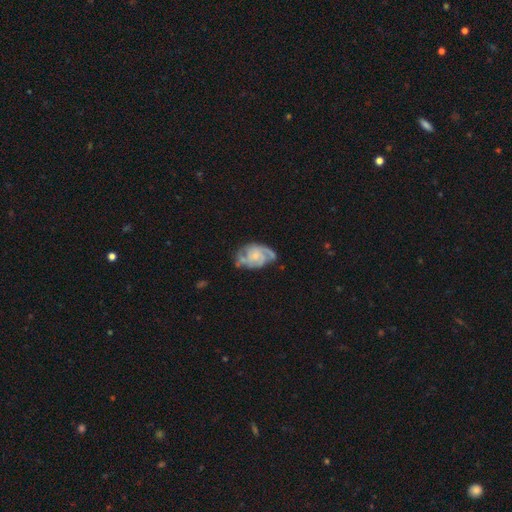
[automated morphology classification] smooth_or_featured: featured or disk (p=0.81) [alt: smooth p=0.13]
disk_edge_on: no (p=0.98) [alt: yes p=0.02]
bar: no (p=0.67) [alt: weak p=0.28]
has_spiral_arms: yes (p=0.94) [alt: no p=0.06]
spiral_winding: medium (p=0.44) [alt: tight p=0.42]
spiral_arm_count: 2 (p=0.54) [alt: 3 p=0.19]
bulge_size: small (p=0.65) [alt: moderate p=0.25]
merging: none (p=0.53) [alt: minor disturbance p=0.27]